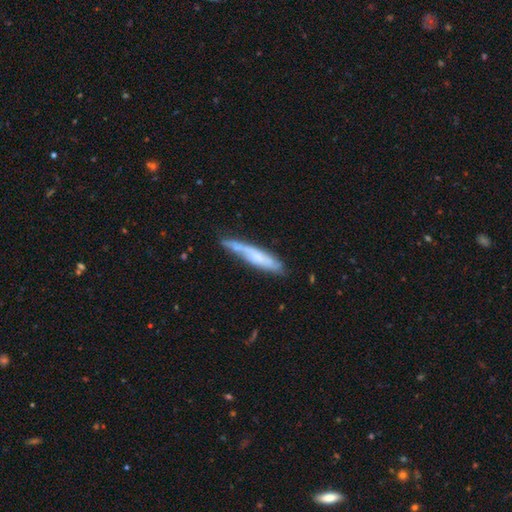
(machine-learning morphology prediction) Smooth or featured? Predicted: featured or disk (p=0.47). Merging? Predicted: none (p=0.60).